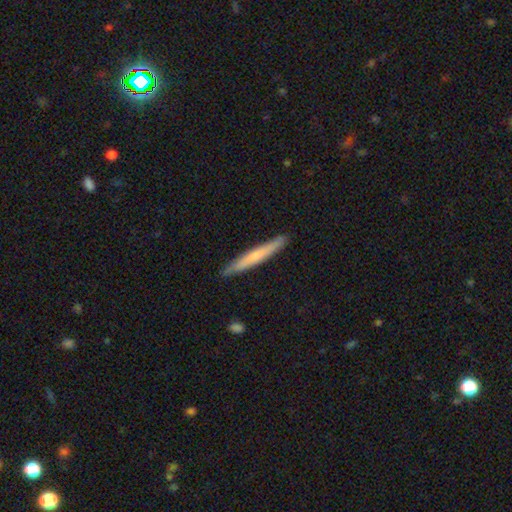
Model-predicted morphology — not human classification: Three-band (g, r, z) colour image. It shows a smooth galaxy with no disk features (55%) that is cigar-shaped (96%). Merging: none (90%).